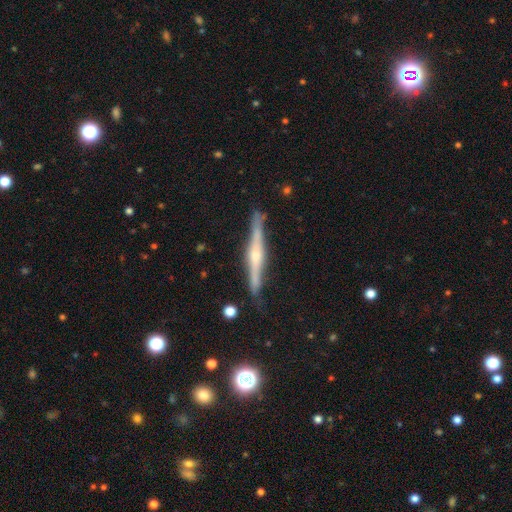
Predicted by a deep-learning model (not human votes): Smooth or featured?
  - featured or disk: 79% *
  - smooth: 15%
  - star or artifact: 6%
Edge-on disk?
  - yes: 97% *
  - no: 3%
Edge-on bulge?
  - rounded: 73% *
  - boxy: 16%
  - none: 12%
Merging?
  - none: 86% *
  - minor disturbance: 10%
  - major disturbance: 2%
  - merger: 2%